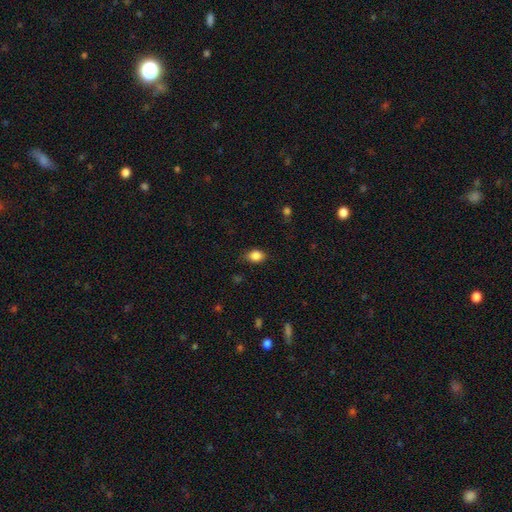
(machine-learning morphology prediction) A smooth galaxy with no disk features (86%) that is in between round and cigar-shaped (71%).

Vote fractions:
- Smooth or featured? smooth: 86% / star or artifact: 9% / featured or disk: 5%
- How rounded? in between: 71% / round: 28% / cigar-shaped: 1%
- Merging? none: 78% / minor disturbance: 17% / major disturbance: 4% / merger: 1%